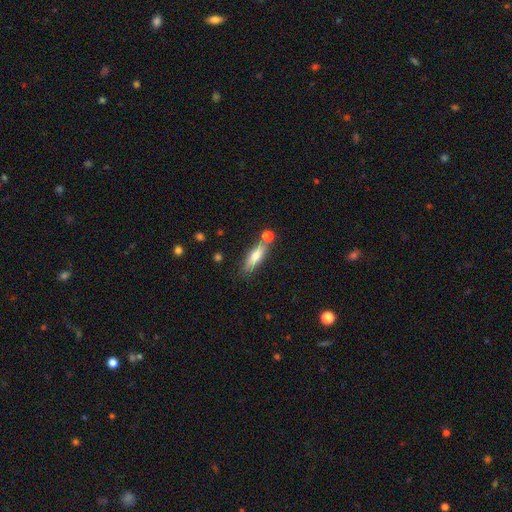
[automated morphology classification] A smooth galaxy with no disk features (67%) that is cigar-shaped (65%). Merging: none (68%).